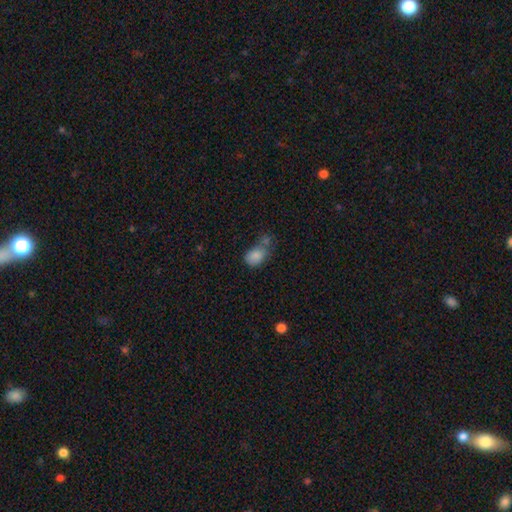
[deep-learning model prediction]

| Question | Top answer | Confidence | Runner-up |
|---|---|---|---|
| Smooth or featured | smooth | 83% | star or artifact (10%) |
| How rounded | in between | 80% | round (19%) |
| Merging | none | 40% | merger (28%) |